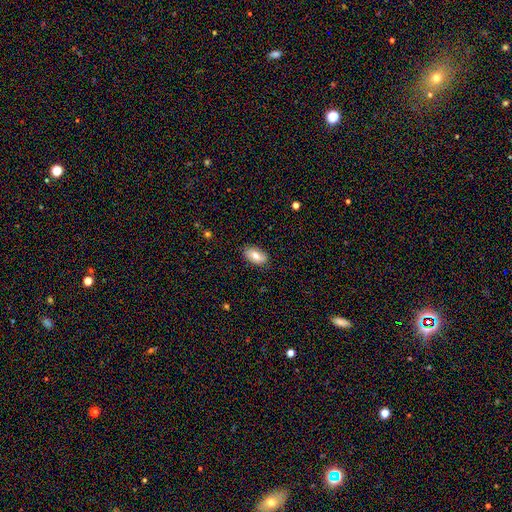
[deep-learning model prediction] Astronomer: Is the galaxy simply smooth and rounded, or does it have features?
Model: smooth — 71%.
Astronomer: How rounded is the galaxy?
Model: in between — 93%.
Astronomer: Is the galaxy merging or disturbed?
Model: none — 83%.